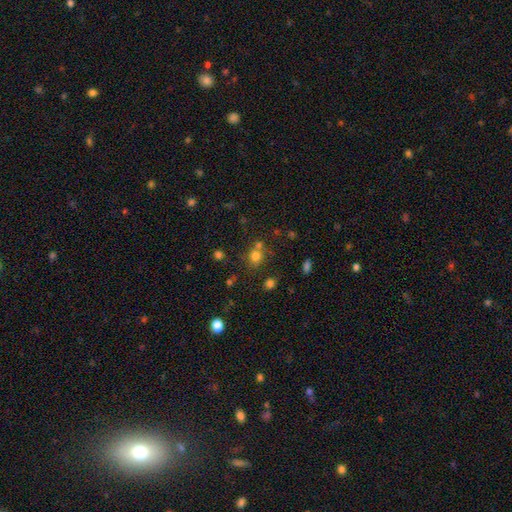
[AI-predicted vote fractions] A smooth galaxy with no disk features (74%) that is round (77%).

Vote fractions:
- Smooth or featured? smooth: 74% / star or artifact: 17% / featured or disk: 8%
- How rounded? round: 77% / in between: 22% / cigar-shaped: 1%
- Merging? none: 60% / merger: 25% / minor disturbance: 11% / major disturbance: 5%